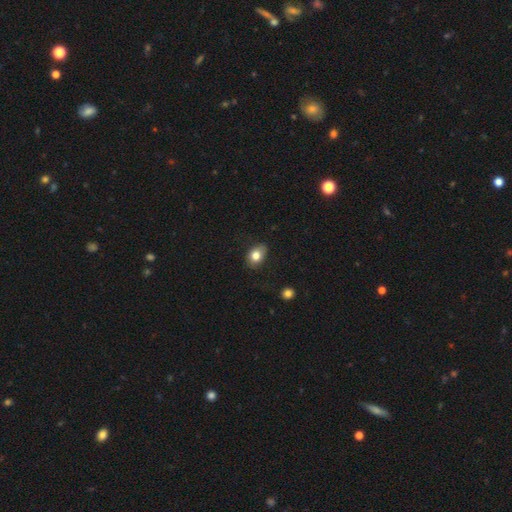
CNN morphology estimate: The model was most divided on "how rounded": in between: 73%, round: 26%, cigar-shaped: 1%. More confident: smooth or featured — smooth (79%); merging — none (78%).